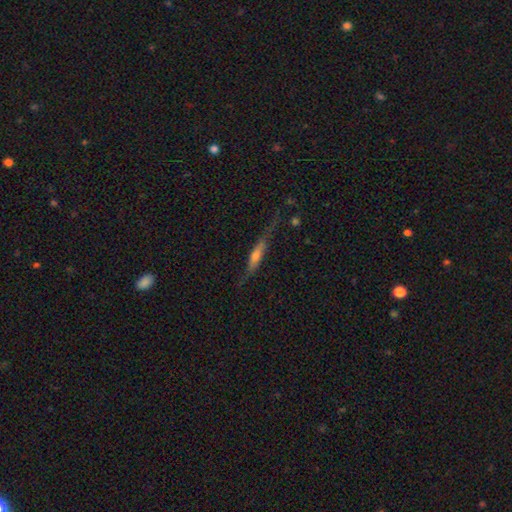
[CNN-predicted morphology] The model was most divided on "smooth or featured": featured or disk: 54%, smooth: 37%, star or artifact: 9%. More confident: edge-on disk — yes (85%); merging — none (56%).